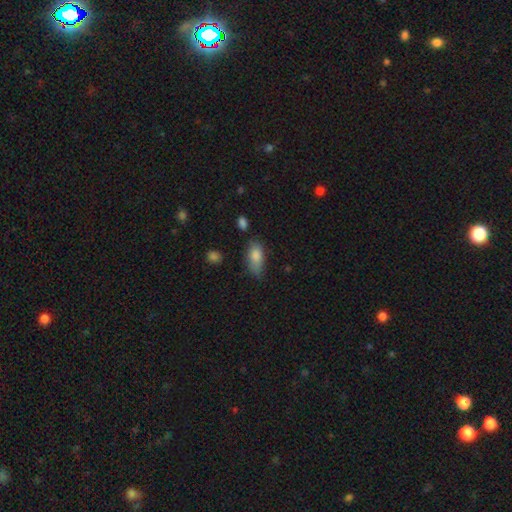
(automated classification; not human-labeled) A smooth galaxy with no disk features (82%) that is in between round and cigar-shaped (86%). Merging: none (59%).